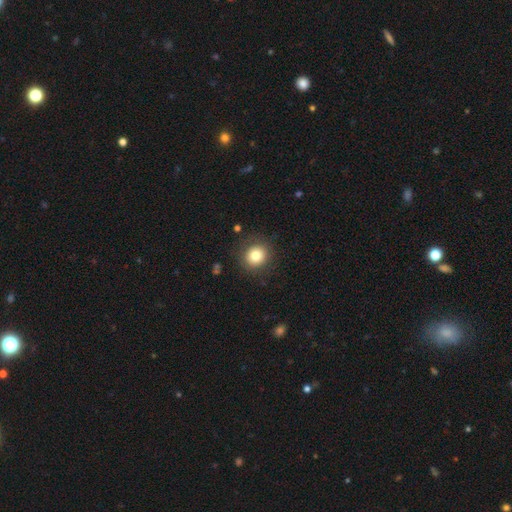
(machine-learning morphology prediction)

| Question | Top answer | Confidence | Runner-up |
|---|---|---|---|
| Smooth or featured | smooth | 80% | star or artifact (11%) |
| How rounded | round | 88% | in between (11%) |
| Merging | none | 87% | minor disturbance (8%) |